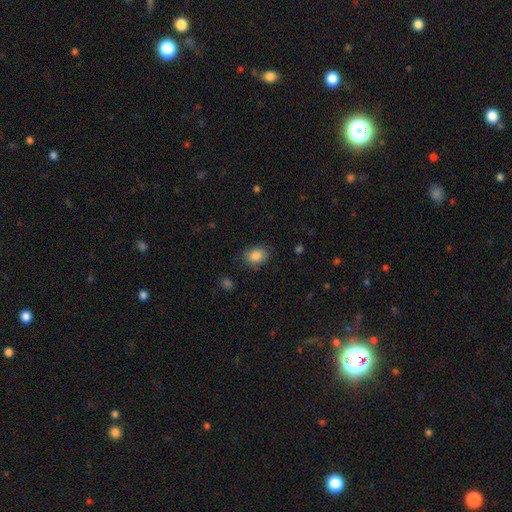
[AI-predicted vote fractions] This is clearly a smooth galaxy (87%). How rounded: likely in between (72%). Merging: likely none (79%).